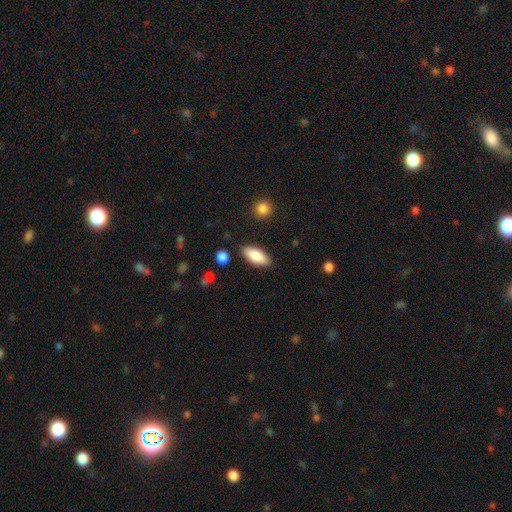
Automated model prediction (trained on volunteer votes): Smooth or featured: smooth — 84% (featured or disk — 10%)
How rounded: in between — 83% (cigar-shaped — 14%)
Merging: none — 84% (minor disturbance — 11%)